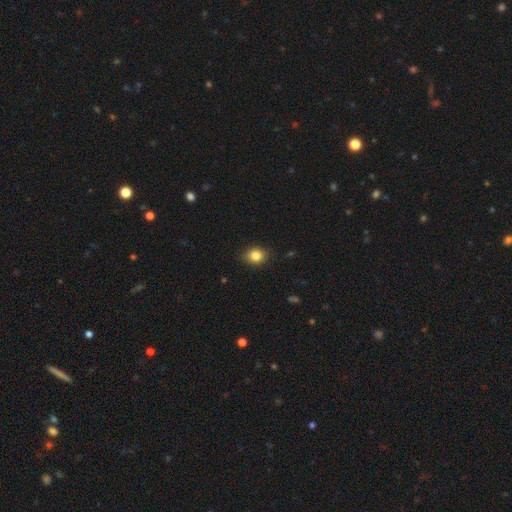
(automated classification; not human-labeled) smooth 84%, star or artifact 10%, featured or disk 6%. Down the decision tree: how rounded — round (57%); merging — none (86%).